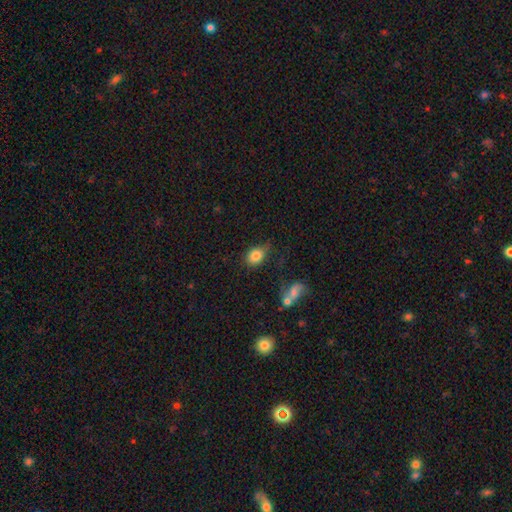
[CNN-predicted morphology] The model was most divided on "how rounded": in between: 65%, round: 33%, cigar-shaped: 2%. More confident: smooth or featured — smooth (82%); merging — none (57%).